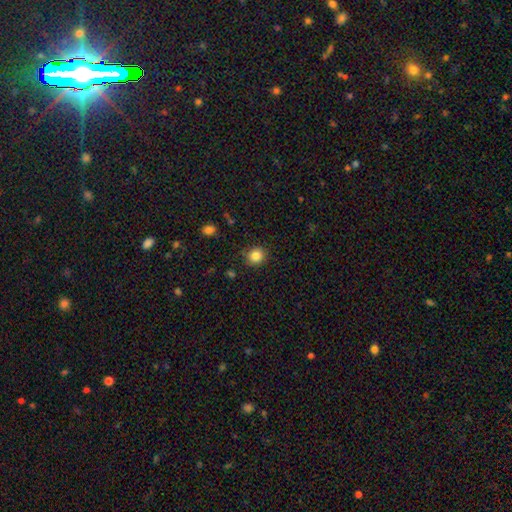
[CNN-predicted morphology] smooth 84%, star or artifact 11%, featured or disk 5%. Down the decision tree: how rounded — round (84%); merging — none (85%).